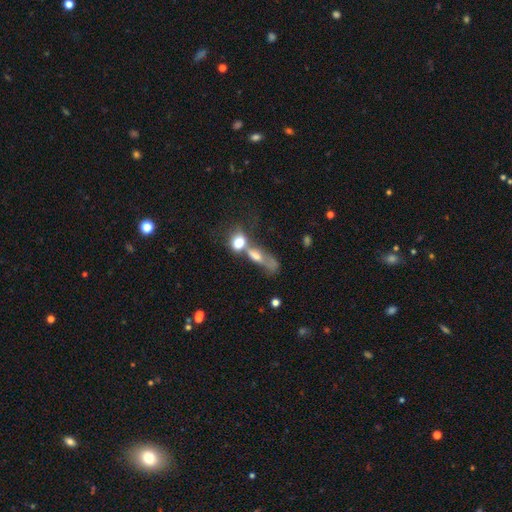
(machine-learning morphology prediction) This is likely a smooth galaxy (61%). How rounded: possibly in between (57%). Merging: likely merger (63%).